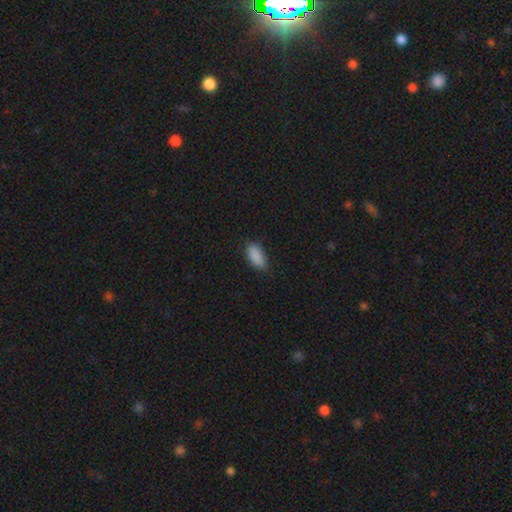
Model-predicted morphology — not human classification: Smooth or featured: smooth — 89% (star or artifact — 8%)
How rounded: in between — 88% (cigar-shaped — 9%)
Merging: none — 82% (minor disturbance — 15%)